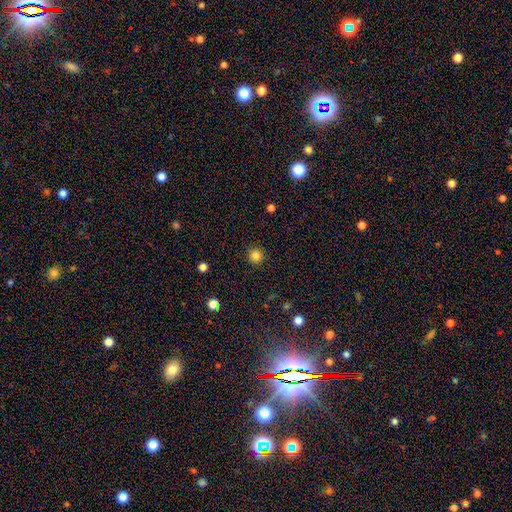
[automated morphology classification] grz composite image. It shows a smooth galaxy with no disk features (83%) that is round (95%). Merging: none (91%).